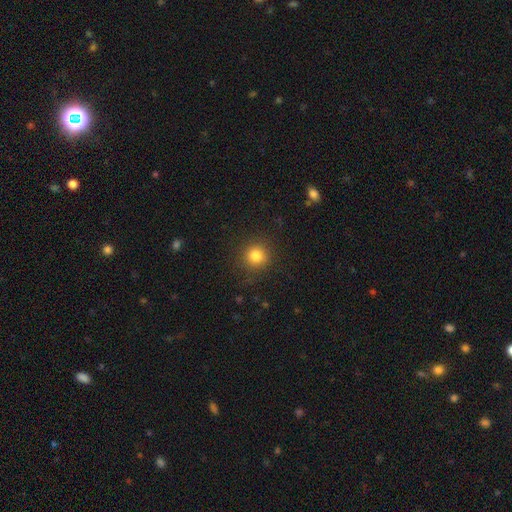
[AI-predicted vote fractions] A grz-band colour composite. It shows a smooth galaxy with no disk features (82%) that is round (92%). Merging: none (88%).